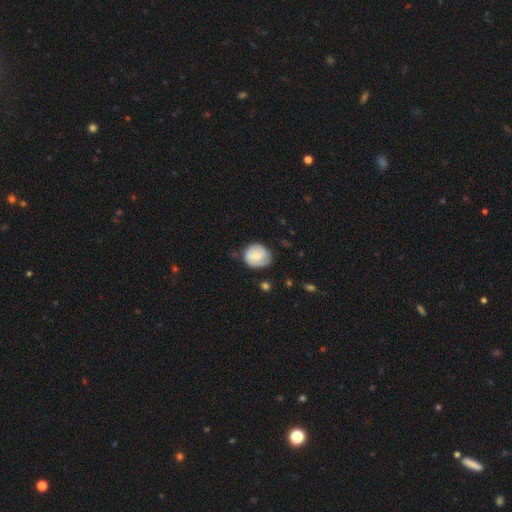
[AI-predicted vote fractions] A smooth galaxy with no disk features (52%) that is round (72%). Merging: none (66%).